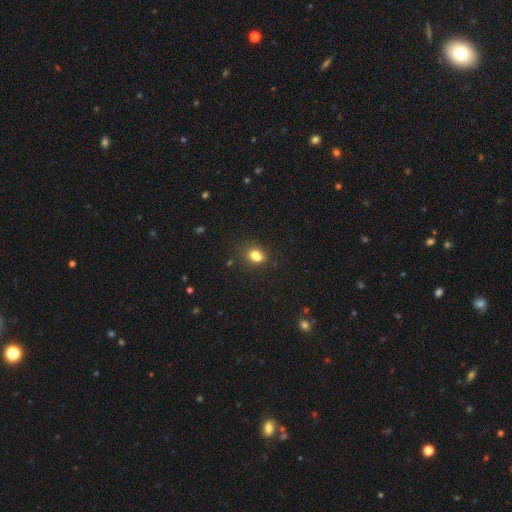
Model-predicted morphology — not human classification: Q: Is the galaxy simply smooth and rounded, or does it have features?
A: smooth — 77%.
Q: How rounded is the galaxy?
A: in between — 61%.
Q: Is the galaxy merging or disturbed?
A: none — 51%.